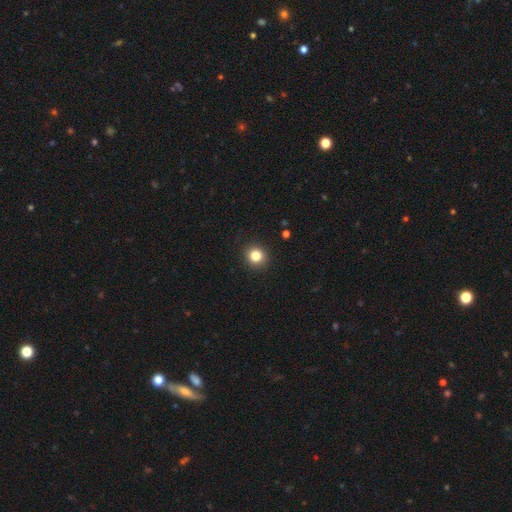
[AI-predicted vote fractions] A smooth galaxy with no disk features (83%) that is round (91%). Merging: none (92%).